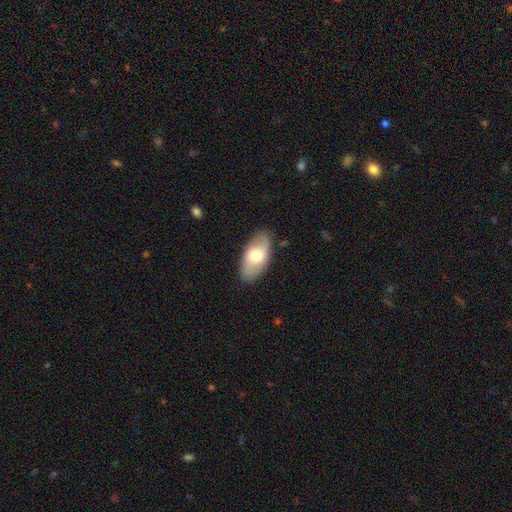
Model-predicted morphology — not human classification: type=smooth (63%); roundness=in between (93%); merging=none (85%).